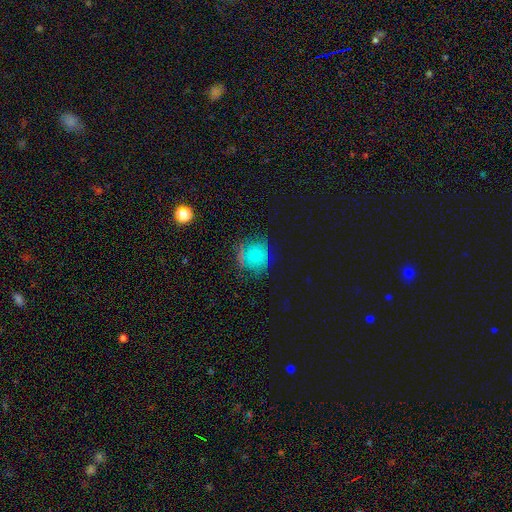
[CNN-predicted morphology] Overall: smooth (57%; featured or disk 25%). How rounded: round (79%). Merging: none (64%).